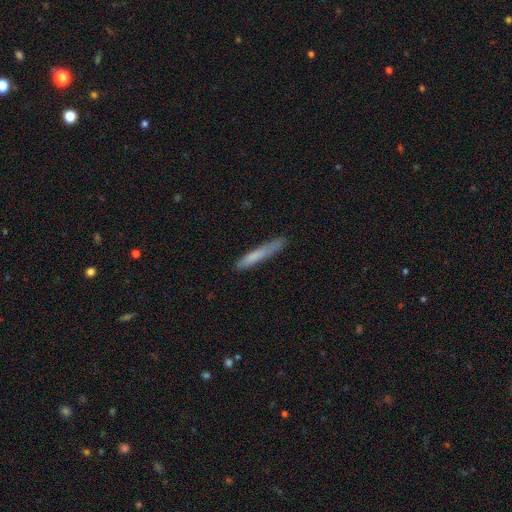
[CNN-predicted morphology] smooth_or_featured: smooth (p=0.74) [alt: featured or disk p=0.20]
how_rounded: cigar-shaped (p=0.95) [alt: in between p=0.04]
merging: none (p=0.78) [alt: minor disturbance p=0.17]